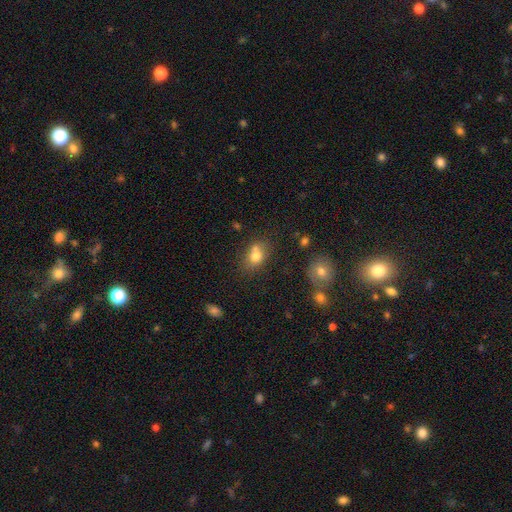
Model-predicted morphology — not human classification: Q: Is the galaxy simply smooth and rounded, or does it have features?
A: smooth — 74%.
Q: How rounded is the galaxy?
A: in between — 59%.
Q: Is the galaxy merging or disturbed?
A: none — 46%.